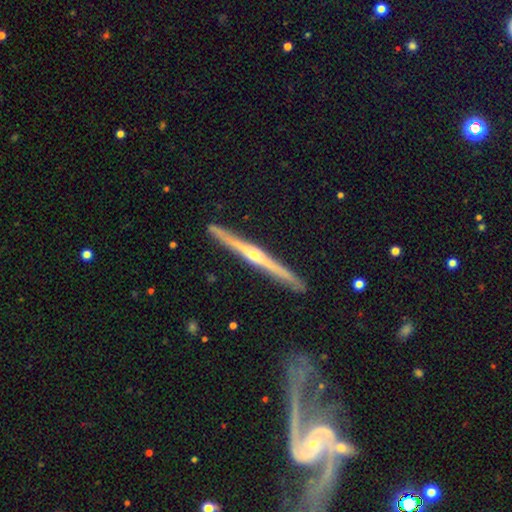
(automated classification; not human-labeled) smooth_or_featured: featured or disk (p=0.83) [alt: smooth p=0.12]
disk_edge_on: yes (p=0.98) [alt: no p=0.02]
edge_on_bulge: rounded (p=0.85) [alt: none p=0.13]
merging: none (p=0.92) [alt: minor disturbance p=0.06]